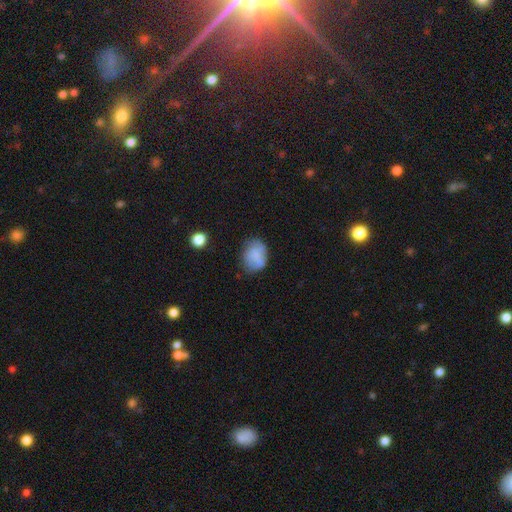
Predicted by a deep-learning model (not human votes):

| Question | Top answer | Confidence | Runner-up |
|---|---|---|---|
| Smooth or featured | smooth | 75% | featured or disk (16%) |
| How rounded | in between | 59% | round (40%) |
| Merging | none | 58% | minor disturbance (29%) |